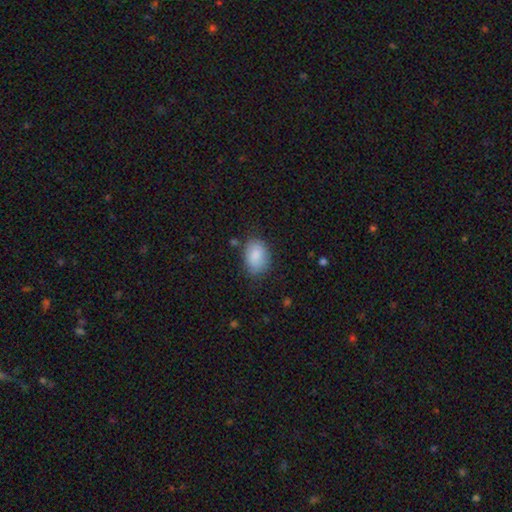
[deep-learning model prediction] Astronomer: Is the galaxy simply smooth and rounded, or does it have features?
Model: smooth — 86%.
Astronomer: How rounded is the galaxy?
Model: in between — 83%.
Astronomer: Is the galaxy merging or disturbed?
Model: none — 73%.